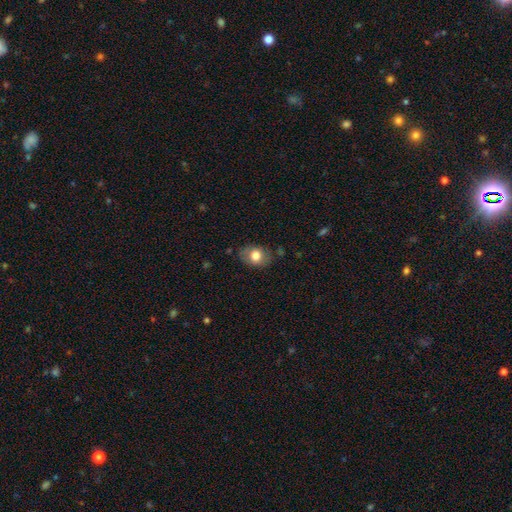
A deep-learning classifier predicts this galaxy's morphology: The model was most divided on "how rounded": in between: 66%, round: 33%, cigar-shaped: 1%. More confident: smooth or featured — smooth (75%); merging — none (75%).